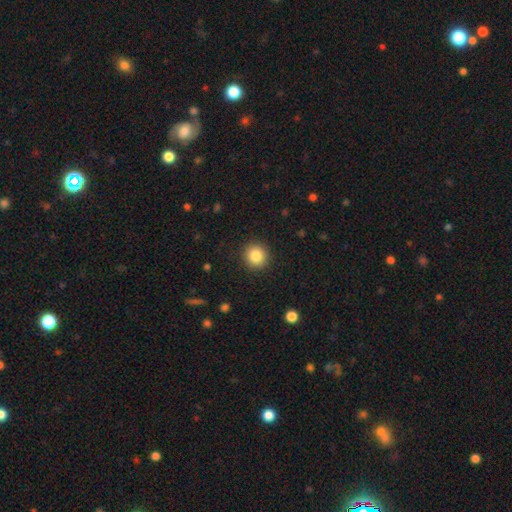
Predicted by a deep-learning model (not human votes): Q: Smooth or featured?
A: smooth (85%); runner-up: star or artifact (10%)
Q: How rounded?
A: round (93%); runner-up: in between (6%)
Q: Merging?
A: none (91%); runner-up: minor disturbance (6%)